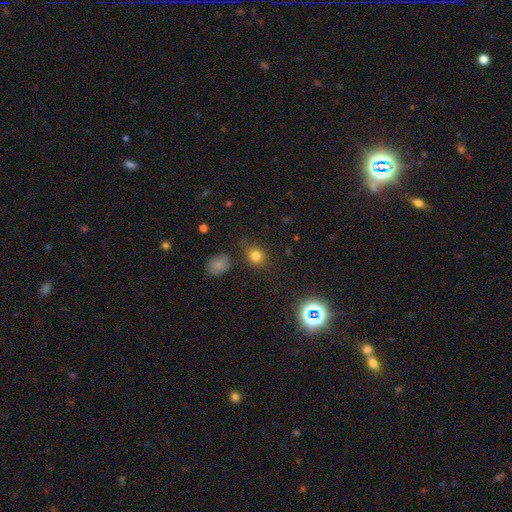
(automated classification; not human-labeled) The model was most divided on "how rounded": round: 73%, in between: 26%, cigar-shaped: 1%. More confident: merging — none (79%); smooth or featured — smooth (78%).